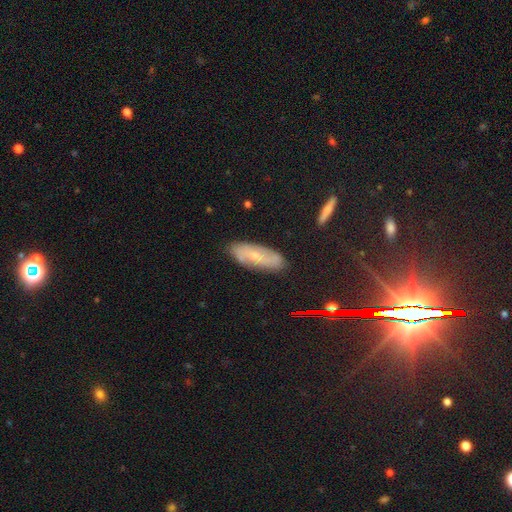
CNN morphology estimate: The model was most divided on "smooth or featured": featured or disk: 50%, smooth: 39%, star or artifact: 11%. More confident: merging — none (83%).